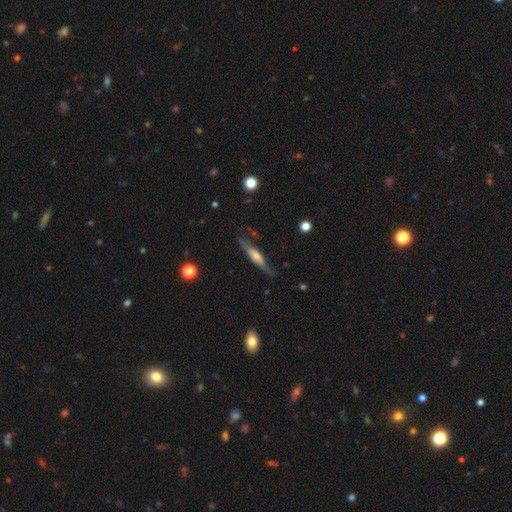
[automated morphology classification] Smooth or featured?
  - featured or disk: 57% *
  - smooth: 36%
  - star or artifact: 7%
Edge-on disk?
  - yes: 85% *
  - no: 15%
Merging?
  - none: 72% *
  - minor disturbance: 19%
  - major disturbance: 6%
  - merger: 2%